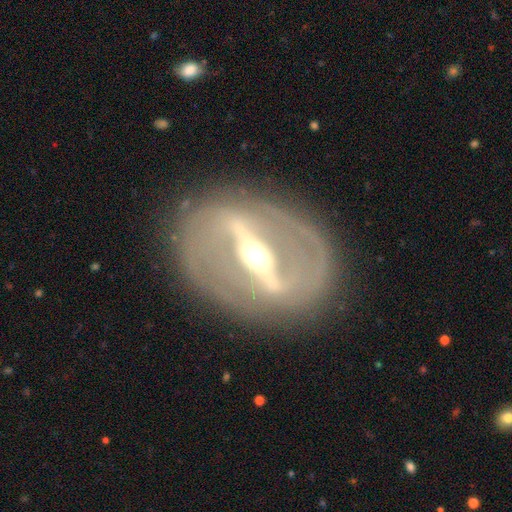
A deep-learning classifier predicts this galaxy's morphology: A featured or disk galaxy (87%) with a strong bar (87%), spiral arms (50%, tied with no) and a moderate central bulge (69%). Merging: none (83%).